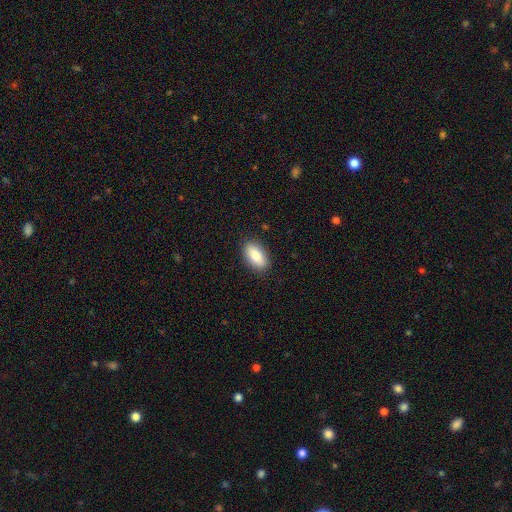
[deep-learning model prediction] Smooth or featured?
  - smooth: 83% *
  - featured or disk: 10%
  - star or artifact: 6%
How rounded?
  - in between: 89% *
  - cigar-shaped: 8%
  - round: 3%
Merging?
  - none: 88% *
  - minor disturbance: 9%
  - major disturbance: 2%
  - merger: 1%